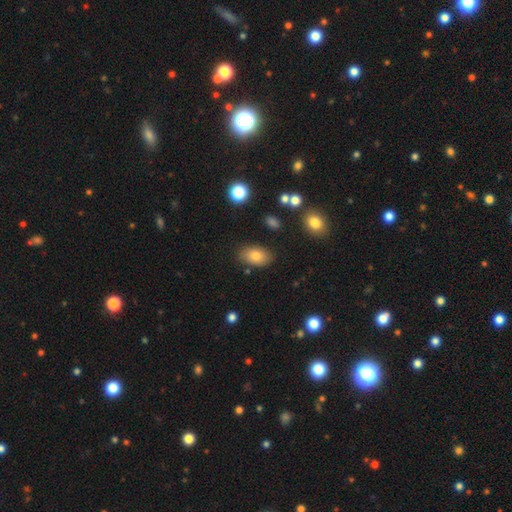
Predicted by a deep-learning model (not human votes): This appears to be a smooth galaxy with no disk features (79%) that is in between round and cigar-shaped (89%). Merging: none (81%).